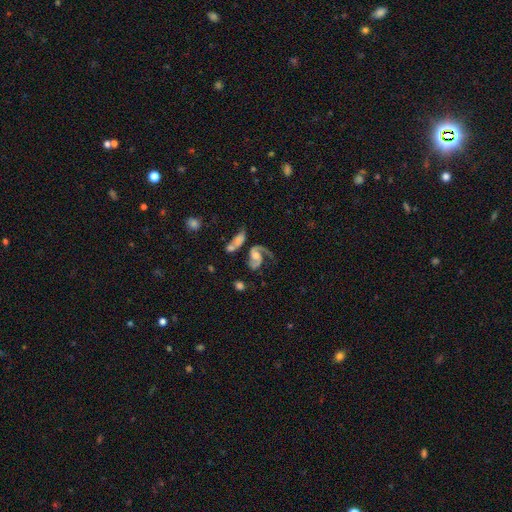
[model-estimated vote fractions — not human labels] smooth-or-featured: featured or disk: 85% | smooth: 10% | star or artifact: 6%
  disk-edge-on: no: 97% | yes: 3%
    bar: no: 57% | weak: 32% | strong: 11%
    has-spiral-arms: yes: 95% | no: 5%
      spiral-winding: medium: 46% | loose: 35% | tight: 19%
      spiral-arm-count: 2: 66% | 1: 28% | can't tell: 3% | 3: 1% | 4: 1% | more than 4: 1%
    bulge-size: moderate: 55% | small: 22% | large: 14% | none: 7% | dominant: 2%
  merging: none: 36% | major disturbance: 27% | merger: 20% | minor disturbance: 17%